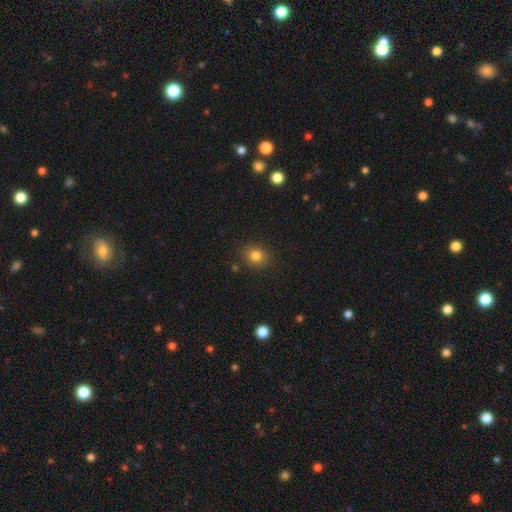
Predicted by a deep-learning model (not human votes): This is clearly a smooth galaxy (81%). How rounded: likely round (75%). Merging: clearly none (86%).